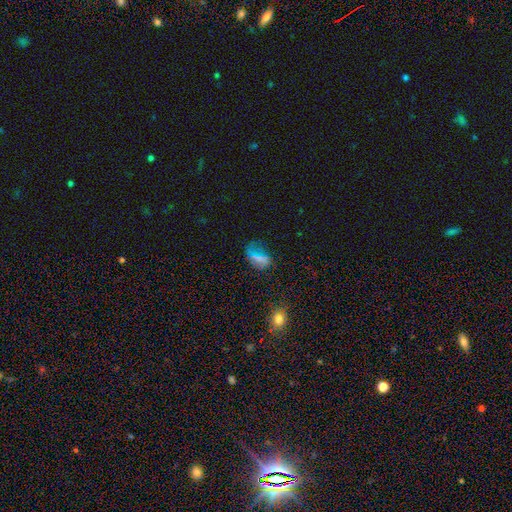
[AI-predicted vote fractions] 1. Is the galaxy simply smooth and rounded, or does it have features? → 44% smooth, 33% featured or disk, 23% star or artifact.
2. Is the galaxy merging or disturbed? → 45% none, 26% major disturbance, 22% minor disturbance, 6% merger.